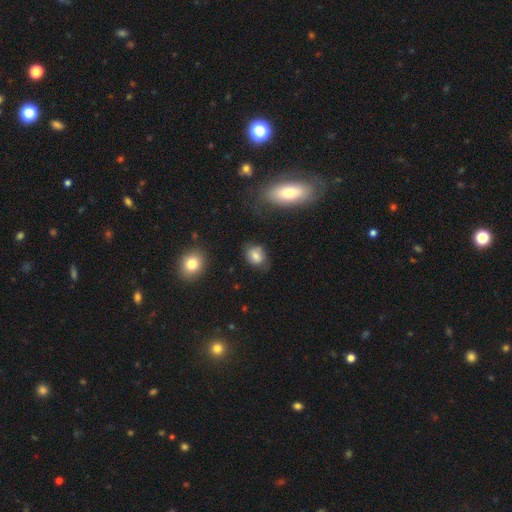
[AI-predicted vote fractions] Smooth or featured? Predicted: smooth (p=0.75). How rounded? Predicted: in between (p=0.52). Merging? Predicted: none (p=0.64).